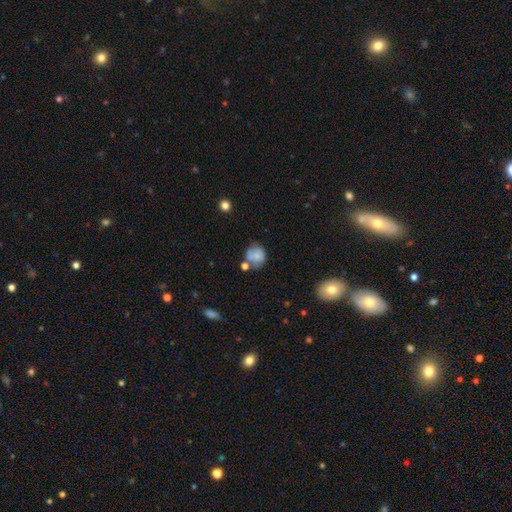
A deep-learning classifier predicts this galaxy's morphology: Smooth or featured: smooth — 74% (featured or disk — 17%)
How rounded: round — 74% (in between — 25%)
Merging: none — 47% (minor disturbance — 25%)